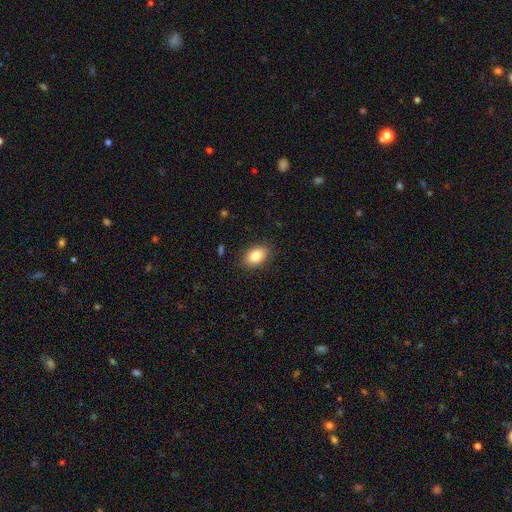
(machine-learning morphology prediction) The model was most divided on "how rounded": in between: 86%, round: 13%, cigar-shaped: 1%. More confident: merging — none (87%); smooth or featured — smooth (85%).